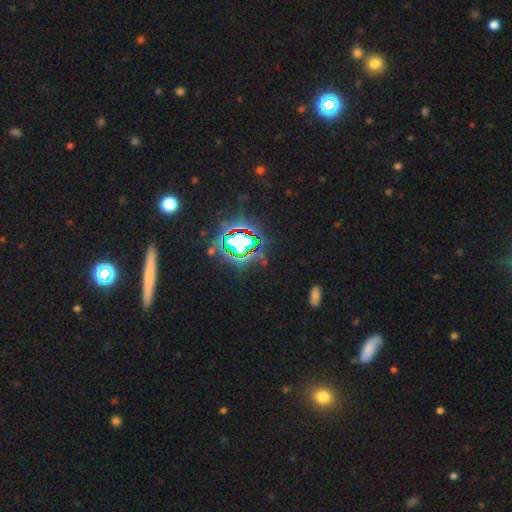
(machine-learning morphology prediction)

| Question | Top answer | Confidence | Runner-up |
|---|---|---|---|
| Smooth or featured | star or artifact | 75% | smooth (13%) |